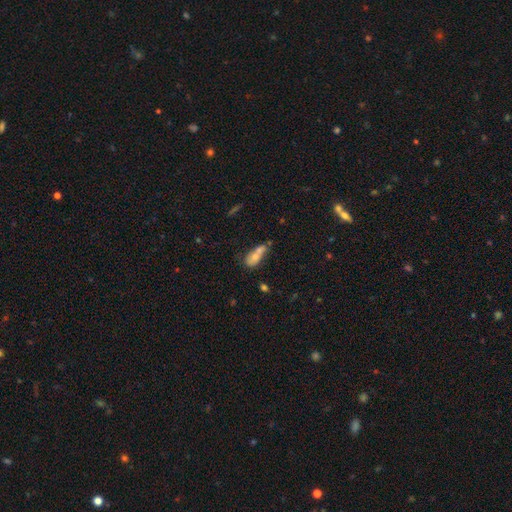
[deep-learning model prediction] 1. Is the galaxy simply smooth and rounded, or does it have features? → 67% smooth, 23% featured or disk, 10% star or artifact.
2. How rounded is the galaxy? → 70% in between, 20% cigar-shaped, 9% round.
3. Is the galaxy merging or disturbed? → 49% merger, 25% none, 16% minor disturbance, 10% major disturbance.